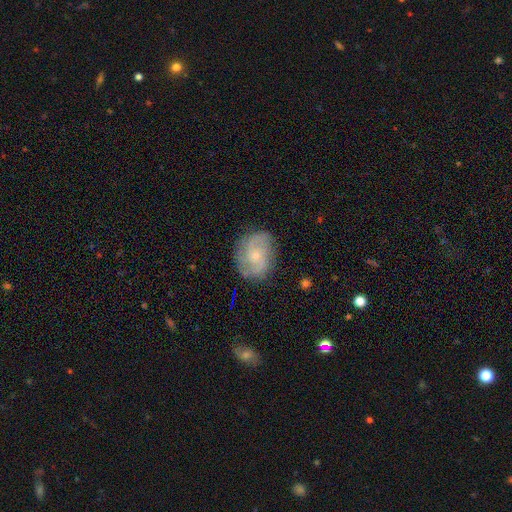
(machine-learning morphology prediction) Smooth or featured?
  - featured or disk: 72% *
  - smooth: 22%
  - star or artifact: 7%
Edge-on disk?
  - no: 97% *
  - yes: 3%
Bar?
  - no: 69% *
  - weak: 27%
  - strong: 4%
Spiral arms?
  - yes: 92% *
  - no: 8%
Spiral winding?
  - medium: 46% *
  - tight: 31%
  - loose: 23%
Spiral arm count?
  - 2: 57% *
  - can't tell: 17%
  - 3: 15%
  - 4: 4%
  - 1: 4%
  - more than 4: 3%
Bulge size?
  - small: 66% *
  - moderate: 30%
  - none: 2%
  - large: 1%
  - dominant: 1%
Merging?
  - none: 77% *
  - minor disturbance: 16%
  - major disturbance: 5%
  - merger: 1%